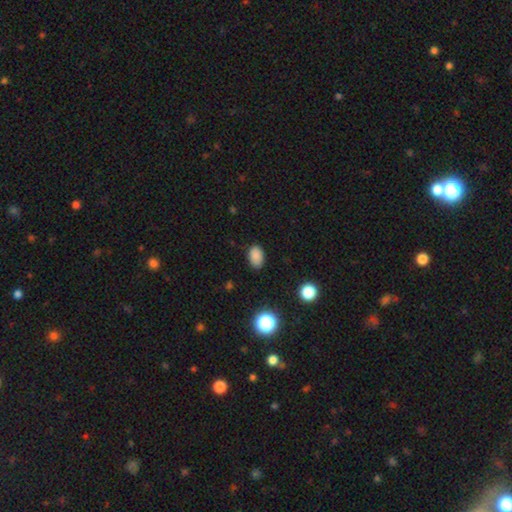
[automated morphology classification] This is clearly a smooth galaxy (85%). How rounded: clearly in between (86%). Merging: clearly none (84%).